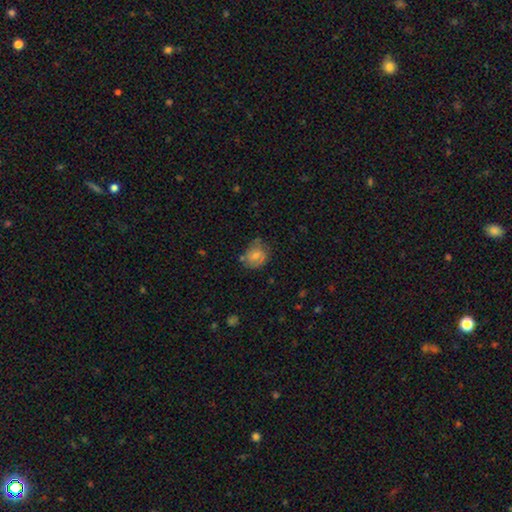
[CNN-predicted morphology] type=smooth (56%); roundness=round (65%); merging=none (60%).